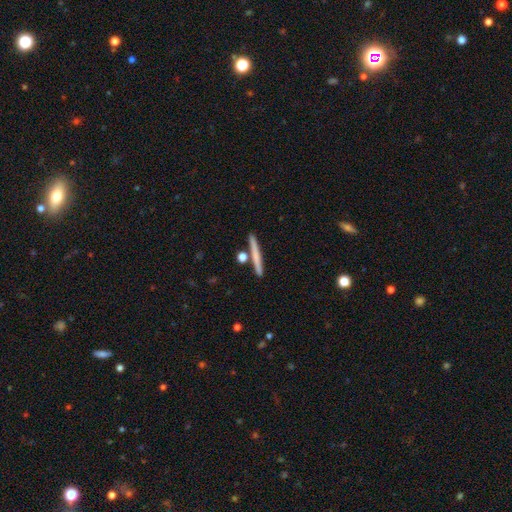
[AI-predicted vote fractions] A smooth galaxy with no disk features (60%) that is cigar-shaped (94%). Merging: none (86%).